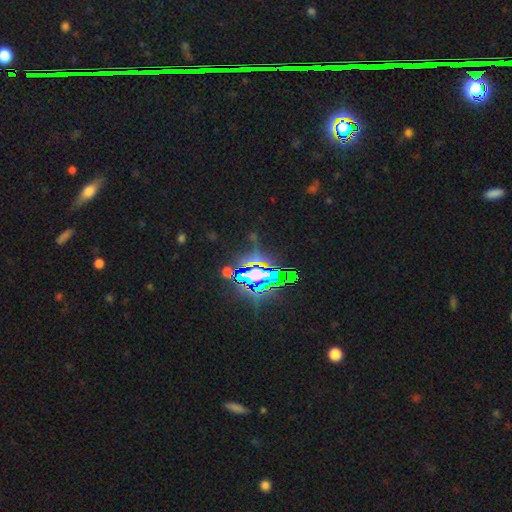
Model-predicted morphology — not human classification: Smooth or featured? Predicted: star or artifact (p=0.71).